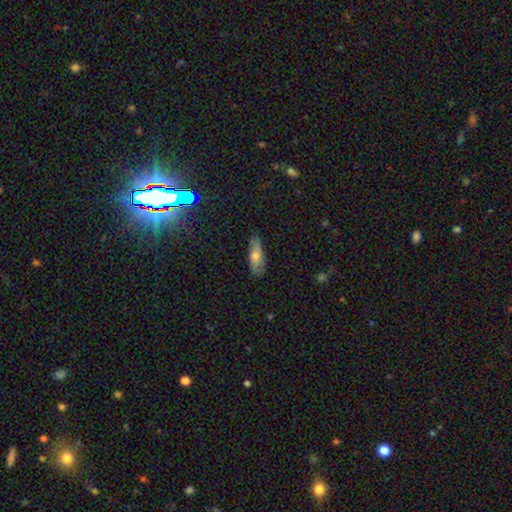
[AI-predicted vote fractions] Q: Smooth or featured?
A: smooth (67%); runner-up: featured or disk (25%)
Q: How rounded?
A: in between (63%); runner-up: cigar-shaped (34%)
Q: Merging?
A: none (76%); runner-up: minor disturbance (19%)